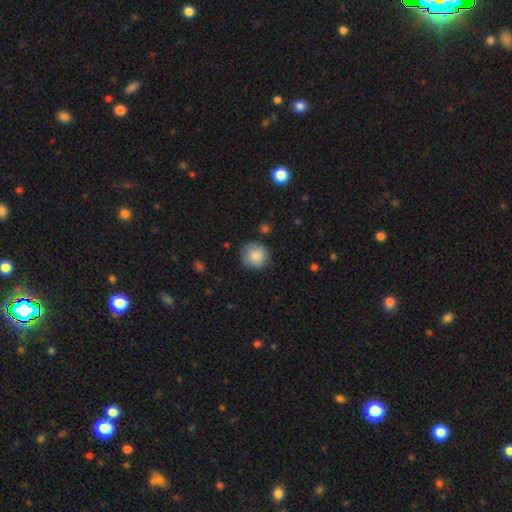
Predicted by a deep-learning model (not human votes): smooth 86%, star or artifact 7%, featured or disk 7%. Down the decision tree: how rounded — round (91%); merging — none (82%).